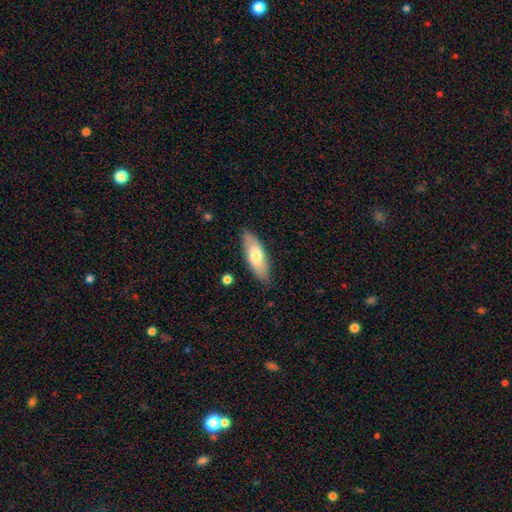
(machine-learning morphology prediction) smooth 70%, featured or disk 25%, star or artifact 6%. Down the decision tree: how rounded — in between (63%); merging — none (85%).